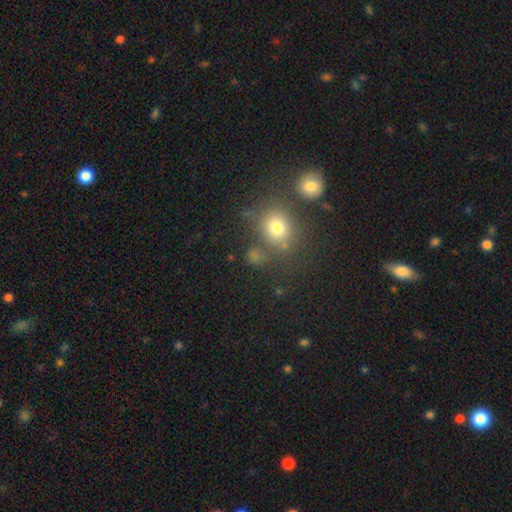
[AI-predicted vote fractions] A smooth galaxy with no disk features (69%) that is round (72%).

Vote fractions:
- Smooth or featured? smooth: 69% / star or artifact: 21% / featured or disk: 9%
- How rounded? round: 72% / in between: 26% / cigar-shaped: 1%
- Merging? none: 70% / merger: 13% / minor disturbance: 12% / major disturbance: 5%